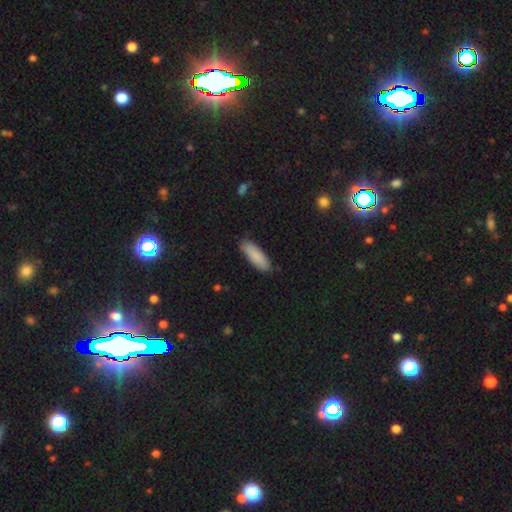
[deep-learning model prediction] Smooth or featured? smooth (87%)
How rounded? in between (52%)
Merging? none (85%)